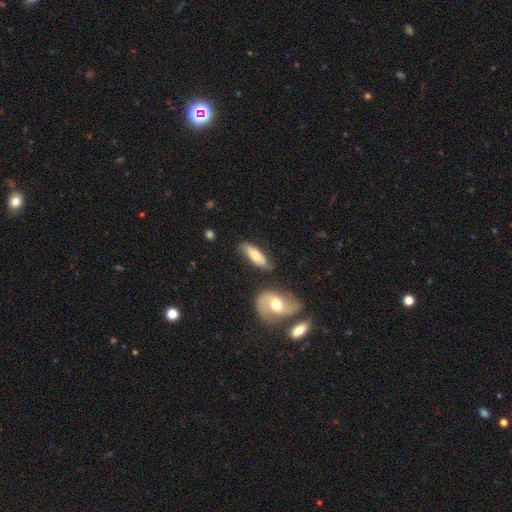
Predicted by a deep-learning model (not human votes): This is likely a smooth galaxy (70%). How rounded: possibly in between (52%). Merging: likely none (70%).